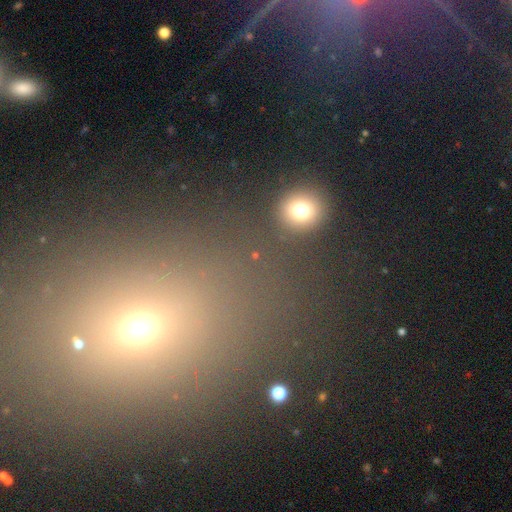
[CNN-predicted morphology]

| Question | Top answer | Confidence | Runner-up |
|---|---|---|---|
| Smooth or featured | smooth | 66% | star or artifact (25%) |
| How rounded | round | 69% | in between (29%) |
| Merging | none | 81% | minor disturbance (7%) |